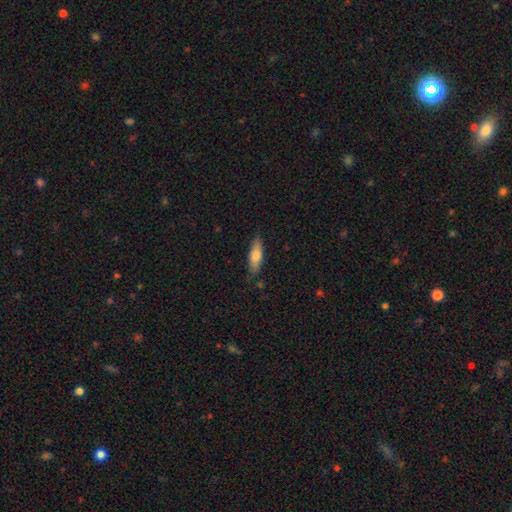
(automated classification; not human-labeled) smooth 72%, featured or disk 22%, star or artifact 6%. Down the decision tree: how rounded — in between (51%); merging — none (81%).